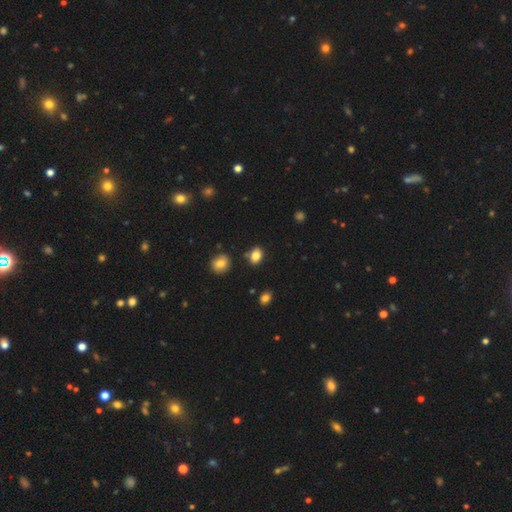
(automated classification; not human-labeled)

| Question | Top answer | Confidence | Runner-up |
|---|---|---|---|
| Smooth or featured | smooth | 84% | star or artifact (10%) |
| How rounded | in between | 69% | round (30%) |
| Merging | none | 81% | minor disturbance (11%) |